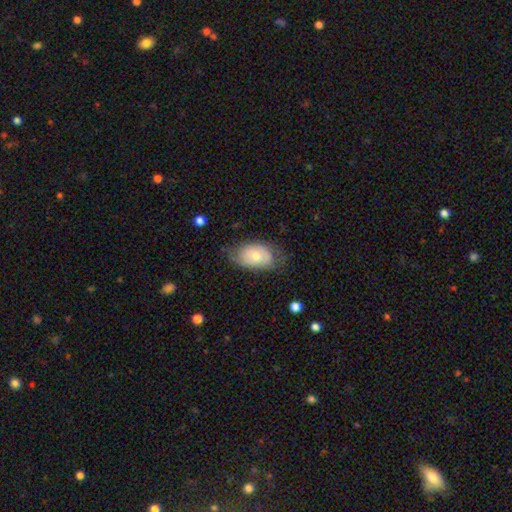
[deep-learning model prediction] Overall: smooth (62%; featured or disk 31%). How rounded: in between (90%). Merging: none (59%; minor disturbance 29%).